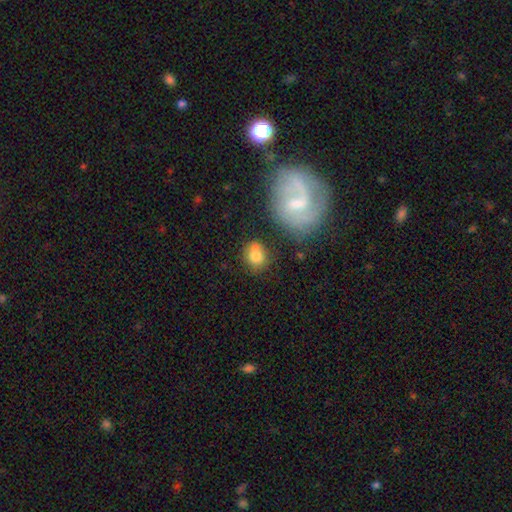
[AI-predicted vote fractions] This is likely a smooth galaxy (75%). How rounded: likely round (64%). Merging: possibly none (53%).